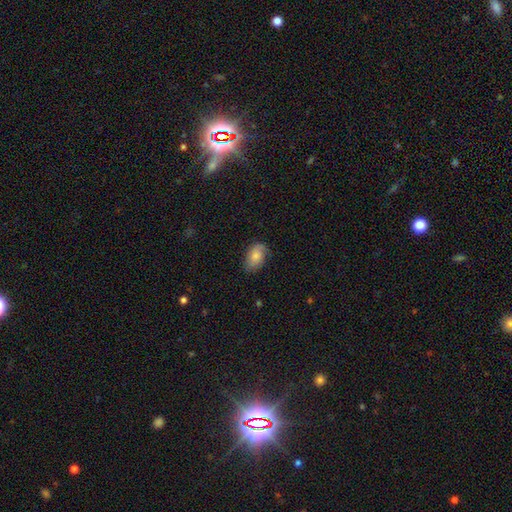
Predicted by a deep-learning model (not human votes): smooth 71%, featured or disk 22%, star or artifact 8%. Down the decision tree: how rounded — in between (90%); merging — none (70%).